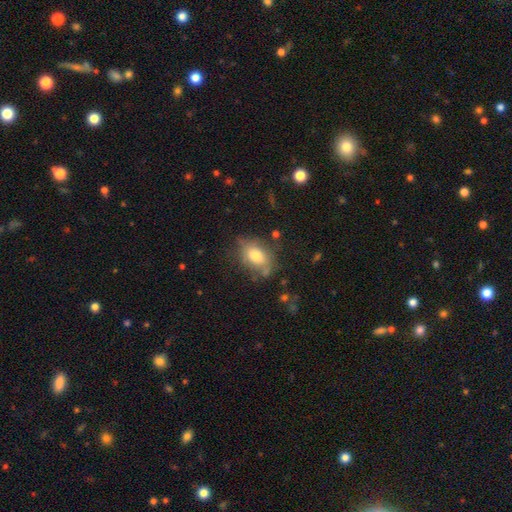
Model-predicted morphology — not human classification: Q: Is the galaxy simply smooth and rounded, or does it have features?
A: smooth — 72%.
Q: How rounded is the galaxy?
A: in between — 79%.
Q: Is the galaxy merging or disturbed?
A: none — 61%.